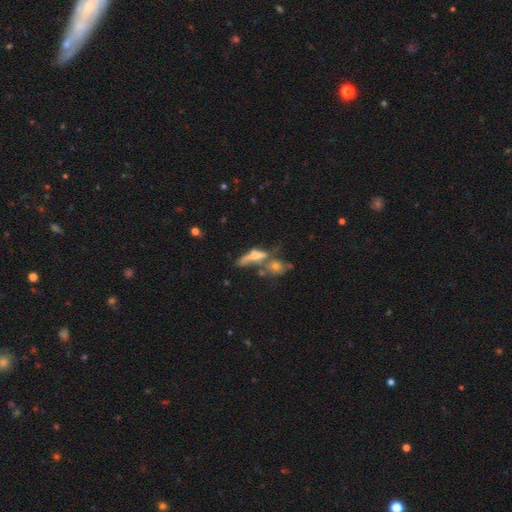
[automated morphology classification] This appears to be a smooth galaxy with no disk features (46%). Merging: merger (41%).